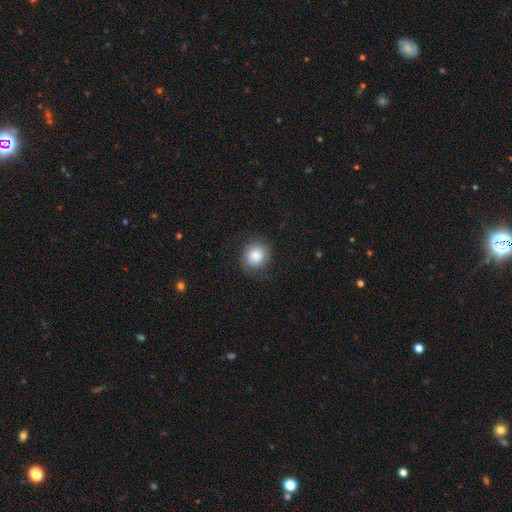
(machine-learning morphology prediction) smooth 82%, featured or disk 10%, star or artifact 8%. Down the decision tree: how rounded — round (80%); merging — none (81%).